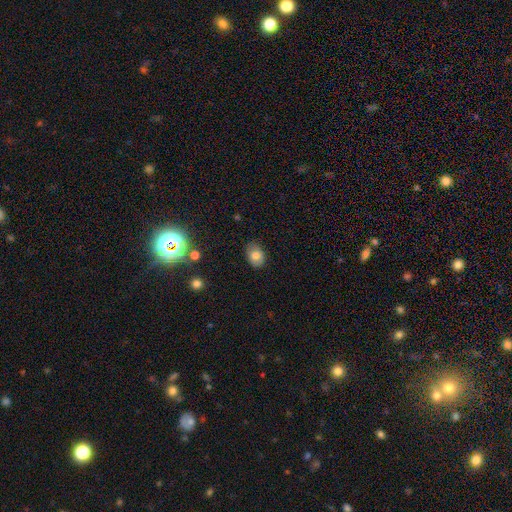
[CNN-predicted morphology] A smooth galaxy with no disk features (78%) that is in between round and cigar-shaped (75%). Merging: none (79%).